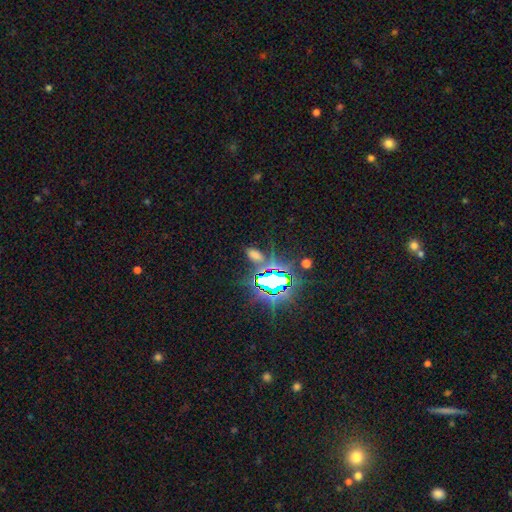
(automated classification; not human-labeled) A star or artifact, not a galaxy (58%).